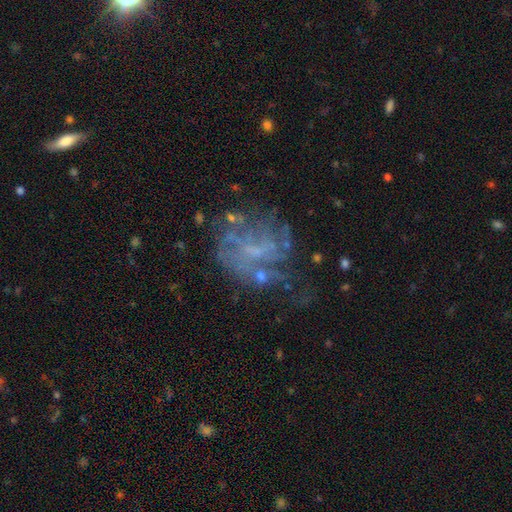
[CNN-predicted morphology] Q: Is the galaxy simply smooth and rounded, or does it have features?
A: featured or disk — 65%.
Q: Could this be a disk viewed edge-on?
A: no — 98%.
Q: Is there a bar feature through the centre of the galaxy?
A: no — 67%.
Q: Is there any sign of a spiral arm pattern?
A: no — 52%.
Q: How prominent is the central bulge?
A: none — 49%.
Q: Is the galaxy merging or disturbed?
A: none — 48%.